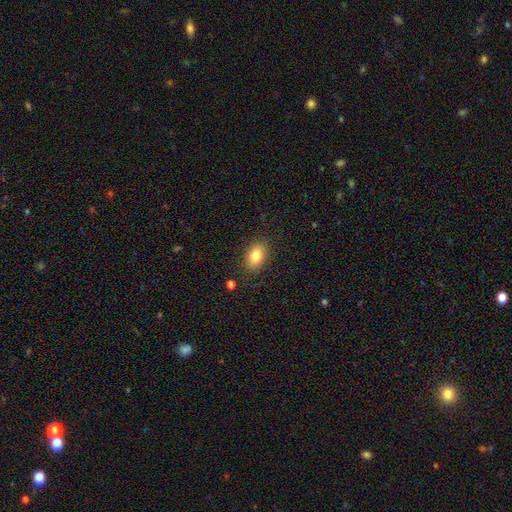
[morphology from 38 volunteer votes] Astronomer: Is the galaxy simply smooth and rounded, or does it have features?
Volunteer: smooth — 92%.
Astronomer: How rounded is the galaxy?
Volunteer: in between — 89%.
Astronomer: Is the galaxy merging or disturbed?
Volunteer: none — 89%.